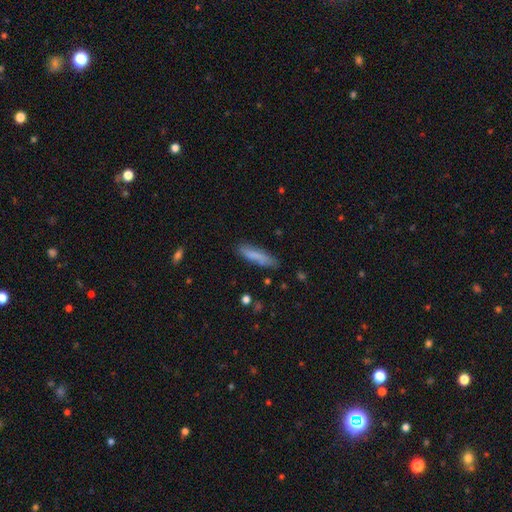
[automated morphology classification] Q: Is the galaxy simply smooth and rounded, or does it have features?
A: smooth — 77%.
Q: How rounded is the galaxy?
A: cigar-shaped — 75%.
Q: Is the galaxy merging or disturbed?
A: none — 75%.